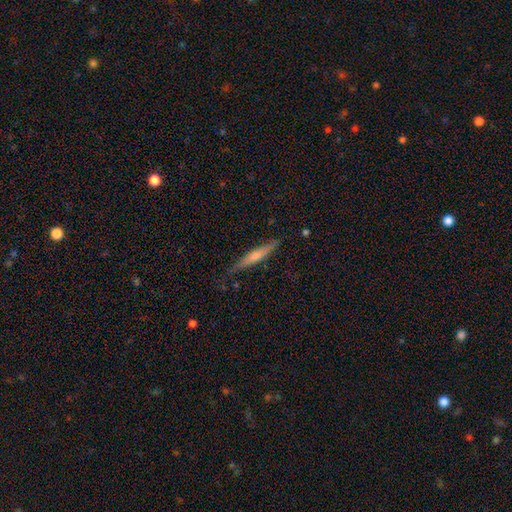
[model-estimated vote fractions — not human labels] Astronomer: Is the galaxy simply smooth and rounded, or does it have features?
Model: featured or disk — 49% (runner-up: smooth, 45%).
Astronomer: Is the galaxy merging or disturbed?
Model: none — 82%.